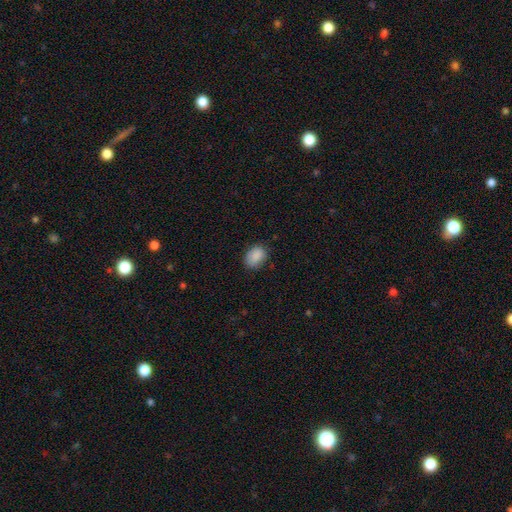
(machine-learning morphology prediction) smooth 88%, star or artifact 8%, featured or disk 5%. Down the decision tree: how rounded — in between (68%); merging — none (76%).